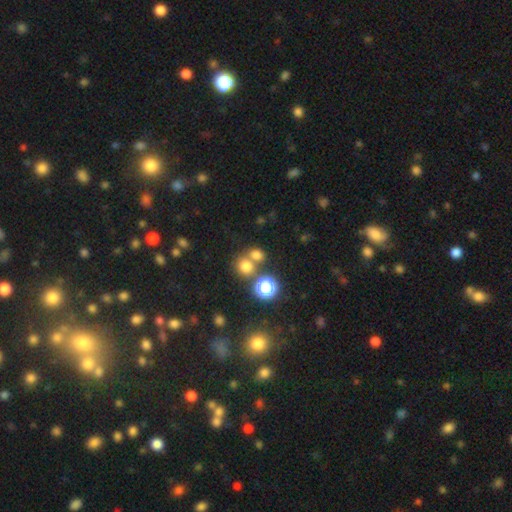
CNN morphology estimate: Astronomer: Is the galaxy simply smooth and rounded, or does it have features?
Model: smooth — 71%.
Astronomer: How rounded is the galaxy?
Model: round — 76%.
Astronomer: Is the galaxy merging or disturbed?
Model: none — 54% (runner-up: merger, 35%).